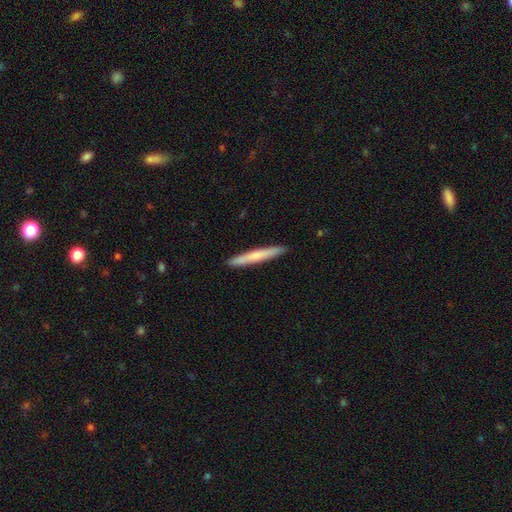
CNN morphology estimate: Smooth or featured?
  - smooth: 63% *
  - featured or disk: 31%
  - star or artifact: 5%
How rounded?
  - cigar-shaped: 97% *
  - in between: 2%
  - round: 1%
Merging?
  - none: 92% *
  - minor disturbance: 6%
  - major disturbance: 1%
  - merger: 1%